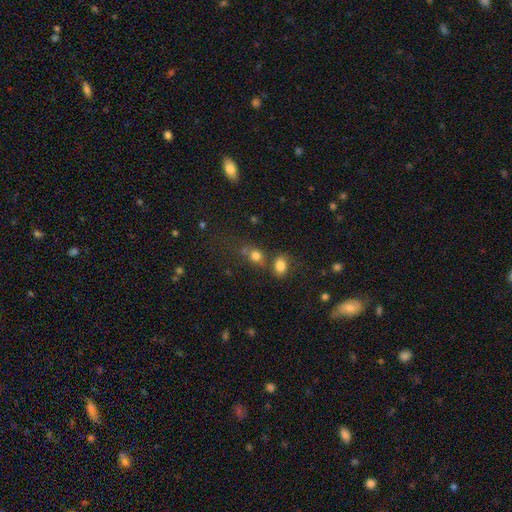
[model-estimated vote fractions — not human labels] Smooth or featured? smooth (77%)
How rounded? round (61%)
Merging? none (48%)